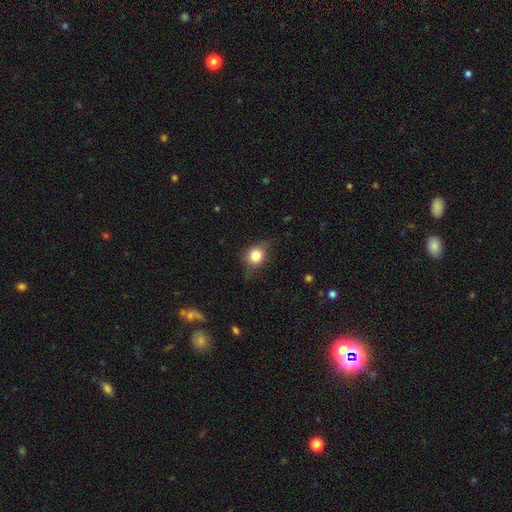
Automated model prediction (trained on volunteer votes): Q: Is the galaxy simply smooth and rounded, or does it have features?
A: smooth — 75%.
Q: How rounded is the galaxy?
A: round — 66%.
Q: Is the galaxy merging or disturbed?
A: none — 64%.